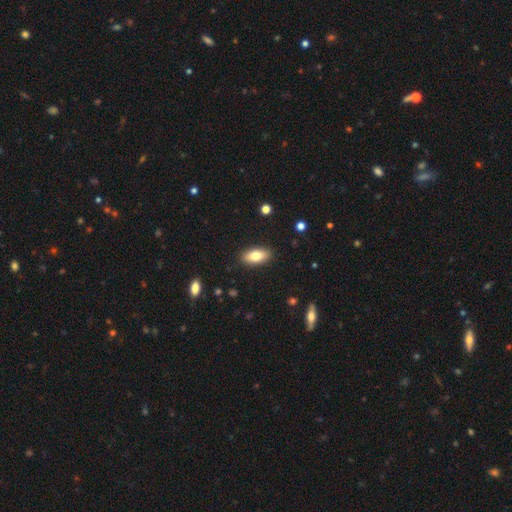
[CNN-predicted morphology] smooth-or-featured: smooth: 80% | featured or disk: 13% | star or artifact: 7%
  how-rounded: in between: 88% | cigar-shaped: 9% | round: 3%
  merging: none: 89% | minor disturbance: 8% | major disturbance: 2% | merger: 1%